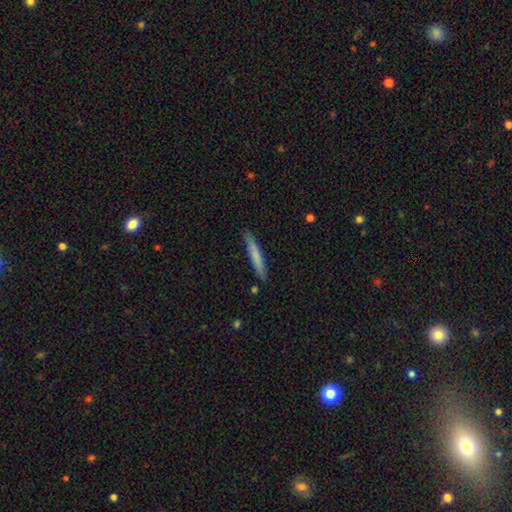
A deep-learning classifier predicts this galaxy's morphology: smooth 73%, featured or disk 21%, star or artifact 6%. Down the decision tree: how rounded — cigar-shaped (95%); merging — none (88%).